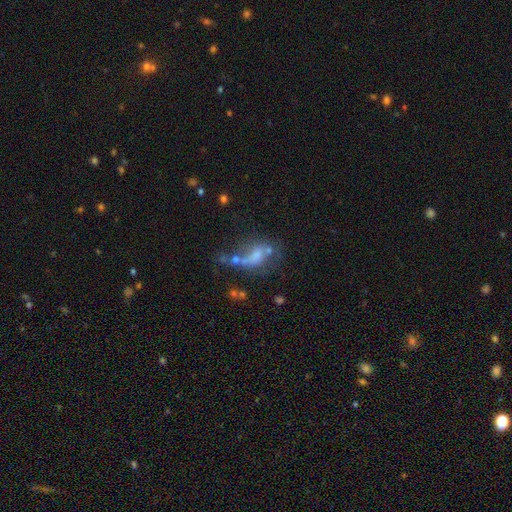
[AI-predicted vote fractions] Smooth or featured? Predicted: smooth (p=0.42). Merging? Predicted: major disturbance (p=0.30).